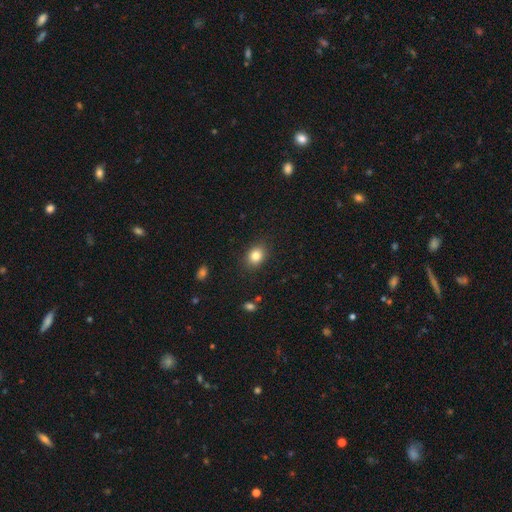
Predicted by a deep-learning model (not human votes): This appears to be a smooth galaxy with no disk features (83%) that is in between round and cigar-shaped (54%). Merging: none (87%).